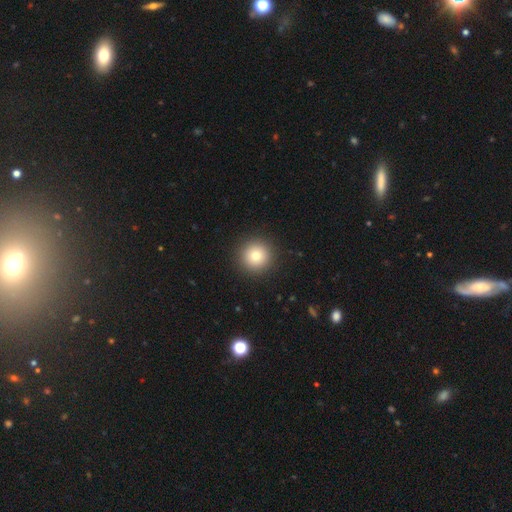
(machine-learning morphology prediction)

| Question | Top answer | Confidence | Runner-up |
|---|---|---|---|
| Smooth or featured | smooth | 80% | star or artifact (11%) |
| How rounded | round | 96% | in between (3%) |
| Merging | none | 92% | minor disturbance (5%) |